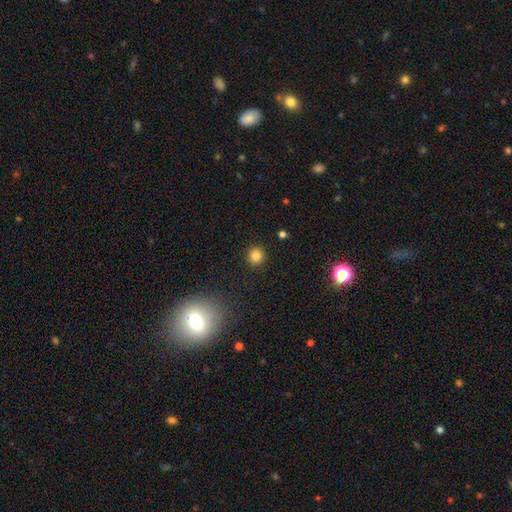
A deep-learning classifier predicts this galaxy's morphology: Smooth or featured? Predicted: smooth (p=0.83). How rounded? Predicted: round (p=0.93). Merging? Predicted: none (p=0.92).